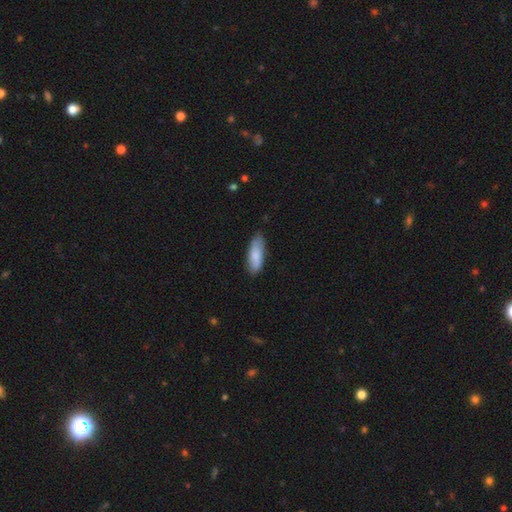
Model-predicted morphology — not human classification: Smooth or featured? smooth (82%)
How rounded? in between (66%)
Merging? none (77%)